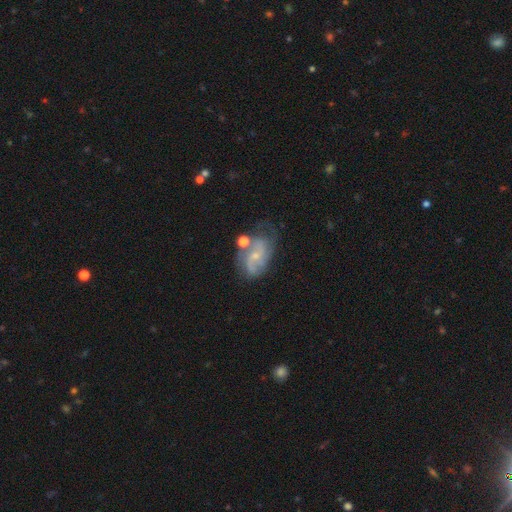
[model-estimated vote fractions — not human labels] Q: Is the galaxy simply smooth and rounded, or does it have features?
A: featured or disk — 74%.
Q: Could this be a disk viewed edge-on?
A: no — 97%.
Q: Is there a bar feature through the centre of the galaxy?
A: no — 58%.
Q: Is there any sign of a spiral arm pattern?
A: yes — 90%.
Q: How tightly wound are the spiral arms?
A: medium — 45%.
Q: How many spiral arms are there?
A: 2 — 60%.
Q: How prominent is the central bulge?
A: small — 73%.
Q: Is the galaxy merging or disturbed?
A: none — 49%.